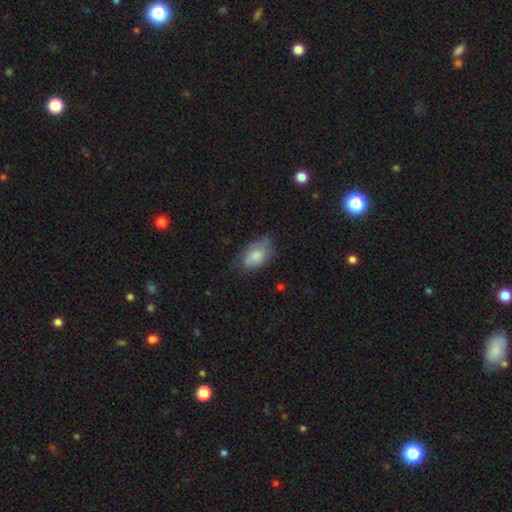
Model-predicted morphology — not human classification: A smooth galaxy with no disk features (65%) that is in between round and cigar-shaped (91%). Merging: none (53%).